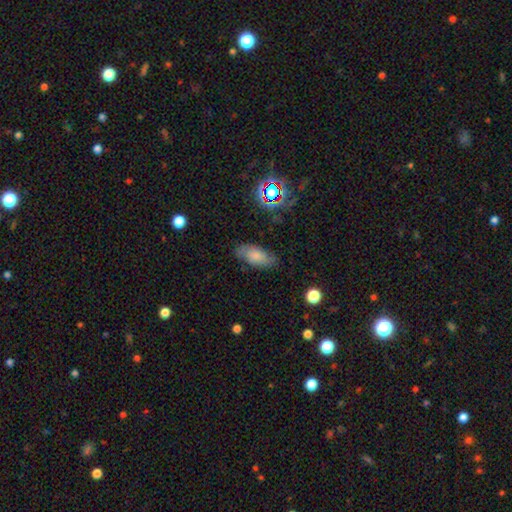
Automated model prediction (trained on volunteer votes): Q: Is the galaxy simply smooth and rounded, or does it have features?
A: smooth — 64%.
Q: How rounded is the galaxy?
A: in between — 87%.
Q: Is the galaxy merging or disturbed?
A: none — 74%.